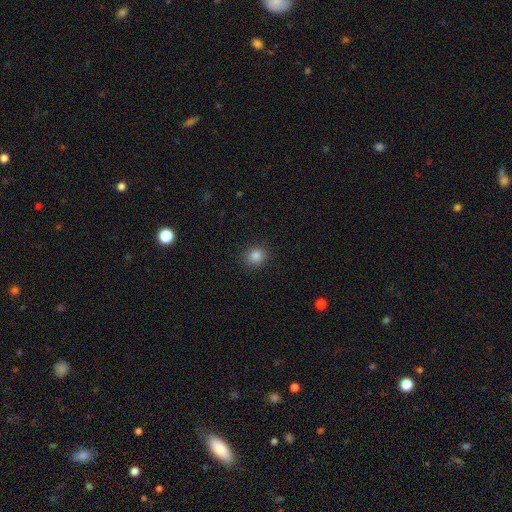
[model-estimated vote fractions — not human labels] Smooth or featured: smooth — 85% (star or artifact — 11%)
How rounded: round — 80% (in between — 19%)
Merging: none — 90% (minor disturbance — 7%)